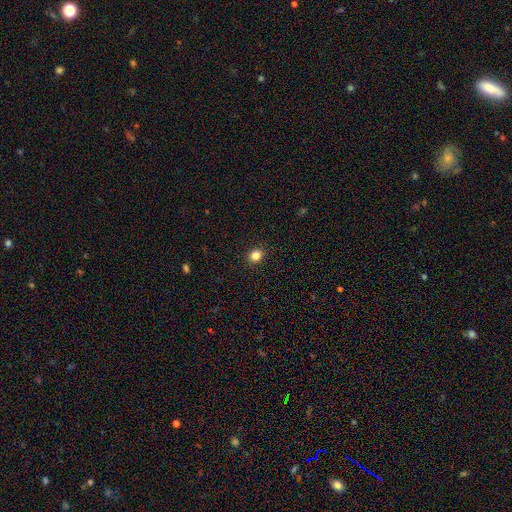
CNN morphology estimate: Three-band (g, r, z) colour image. It shows a smooth galaxy with no disk features (84%) that is round (72%). Merging: none (91%).